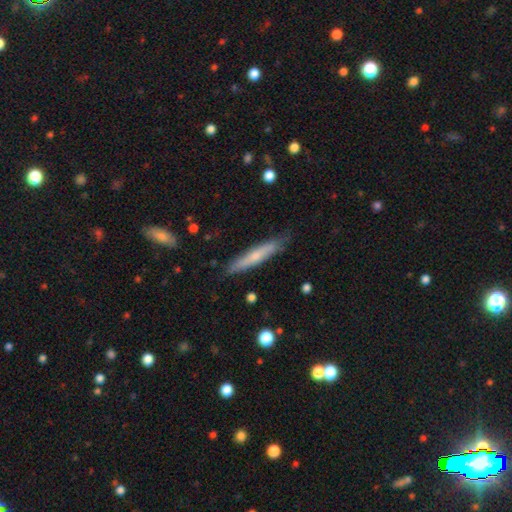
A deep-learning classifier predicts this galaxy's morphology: Smooth or featured? Predicted: smooth (p=0.57). How rounded? Predicted: cigar-shaped (p=0.93). Merging? Predicted: none (p=0.82).